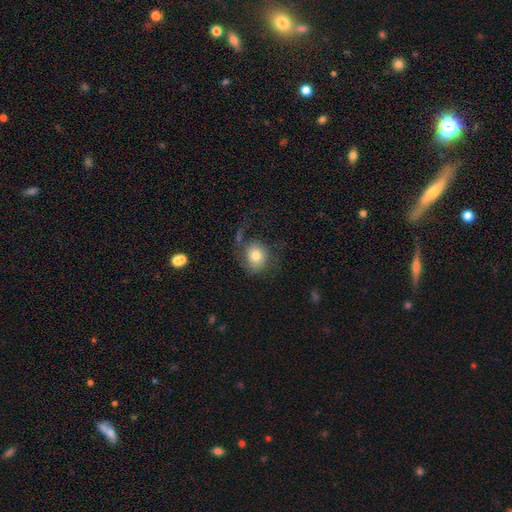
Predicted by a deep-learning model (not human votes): Morphology: type=smooth (68%); roundness=round (77%); merging=none (49%).